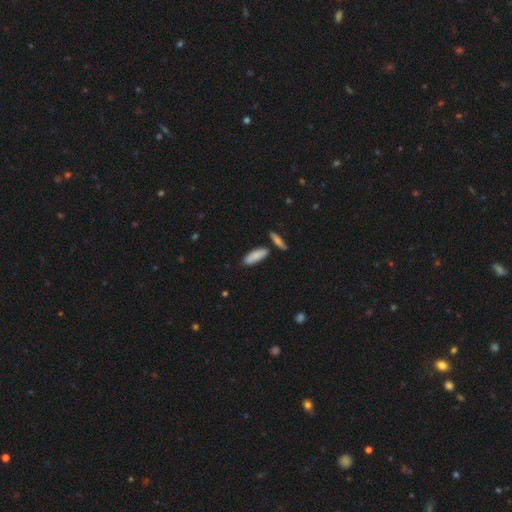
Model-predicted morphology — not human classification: The model was most divided on "how rounded": in between: 67%, cigar-shaped: 31%, round: 2%. More confident: smooth or featured — smooth (83%); merging — none (74%).